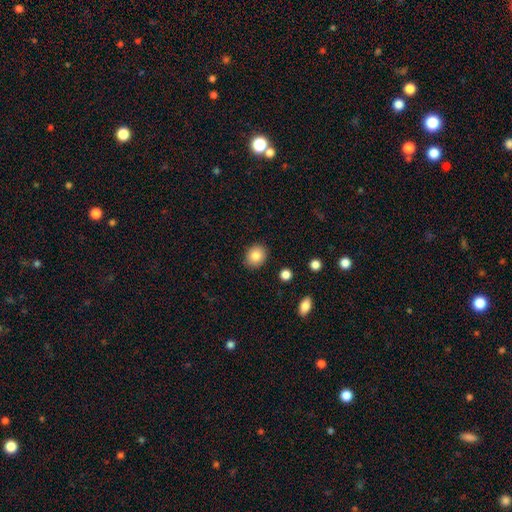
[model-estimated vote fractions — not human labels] This is clearly a smooth galaxy (84%). How rounded: likely round (68%). Merging: clearly none (89%).